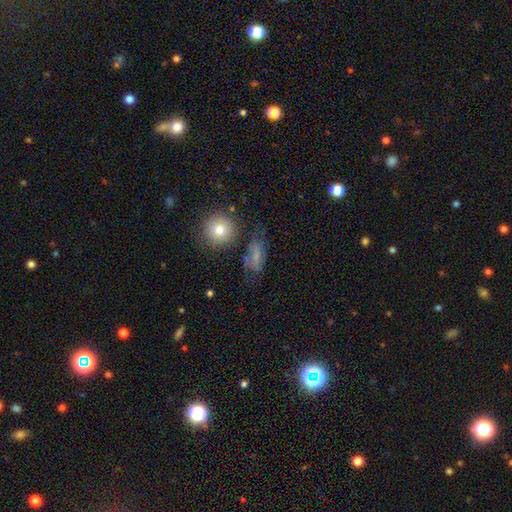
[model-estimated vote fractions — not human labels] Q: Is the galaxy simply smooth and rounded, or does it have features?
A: smooth — 58%.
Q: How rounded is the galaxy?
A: in between — 76%.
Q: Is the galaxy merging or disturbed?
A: none — 54%.